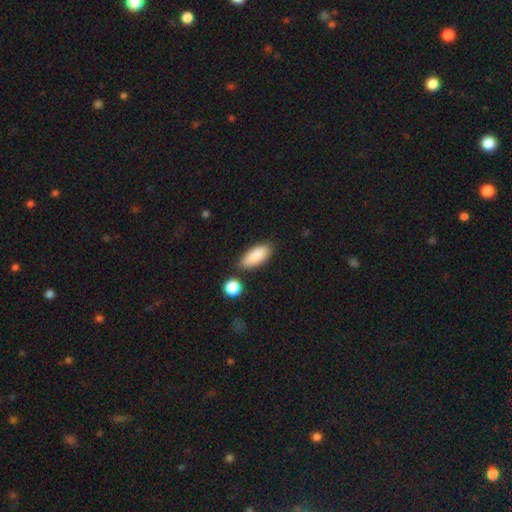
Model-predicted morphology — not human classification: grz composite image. It shows a smooth galaxy with no disk features (88%) that is in between round and cigar-shaped (85%). Merging: none (78%).